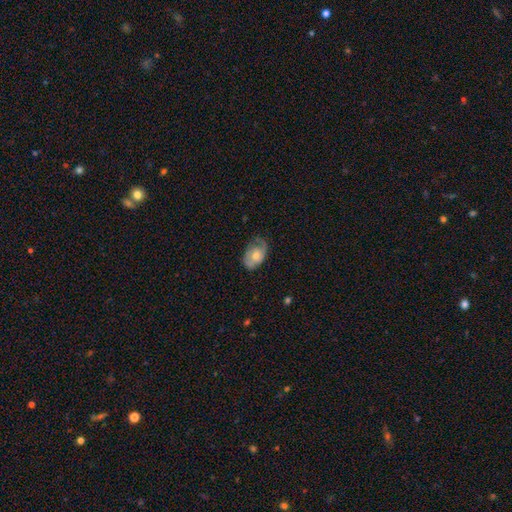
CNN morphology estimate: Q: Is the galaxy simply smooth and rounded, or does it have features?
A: featured or disk — 48%.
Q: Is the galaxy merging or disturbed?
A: none — 58%.